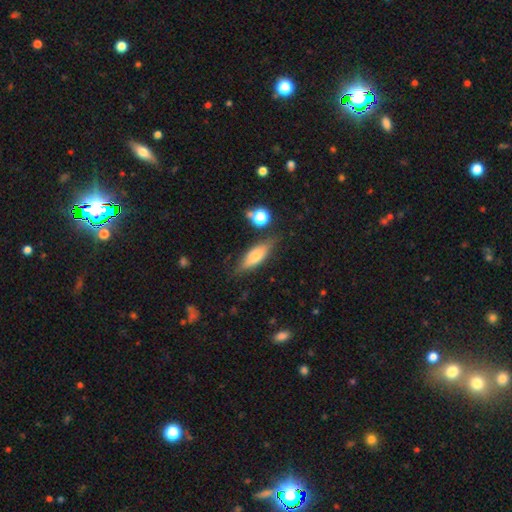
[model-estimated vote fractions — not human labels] A smooth galaxy with no disk features (60%) that is in between round and cigar-shaped (55%). Merging: none (76%).